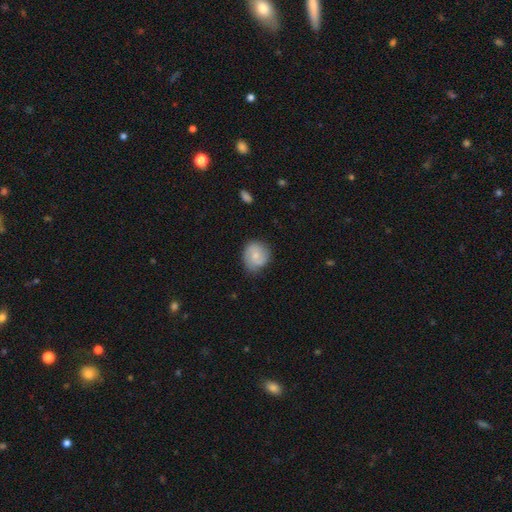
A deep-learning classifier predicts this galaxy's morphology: smooth-or-featured: smooth: 54% | featured or disk: 39% | star or artifact: 7%
  how-rounded: round: 81% | in between: 18% | cigar-shaped: 1%
  merging: none: 73% | minor disturbance: 21% | major disturbance: 5% | merger: 2%